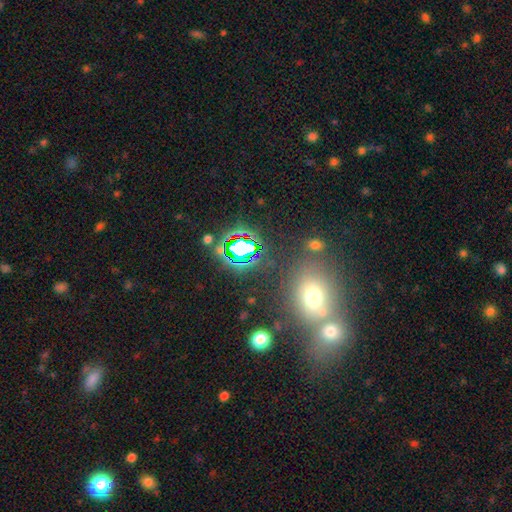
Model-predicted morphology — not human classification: A smooth galaxy with no disk features (50%) that is round (55%). Merging: none (46%).